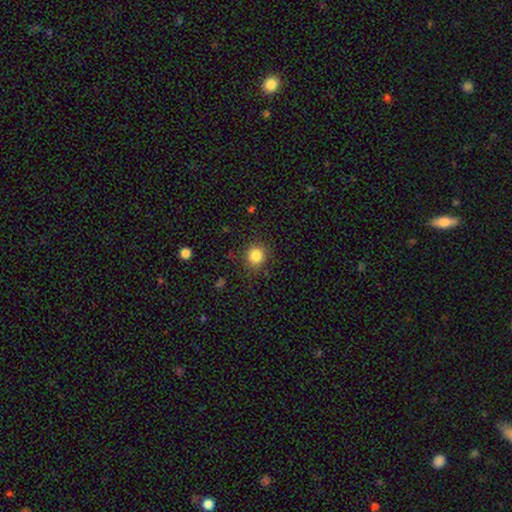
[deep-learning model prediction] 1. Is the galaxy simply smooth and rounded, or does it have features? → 85% smooth, 11% star or artifact, 4% featured or disk.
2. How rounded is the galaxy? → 89% round, 10% in between, 1% cigar-shaped.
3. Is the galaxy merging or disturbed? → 86% none, 10% minor disturbance, 3% major disturbance, 1% merger.